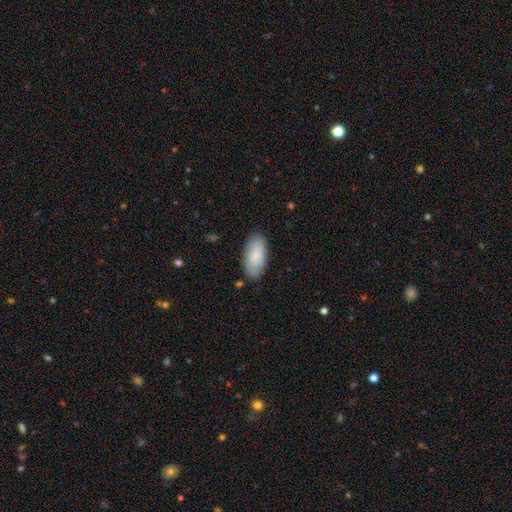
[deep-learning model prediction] Smooth or featured: smooth — 84% (featured or disk — 10%)
How rounded: in between — 92% (cigar-shaped — 7%)
Merging: none — 84% (minor disturbance — 12%)